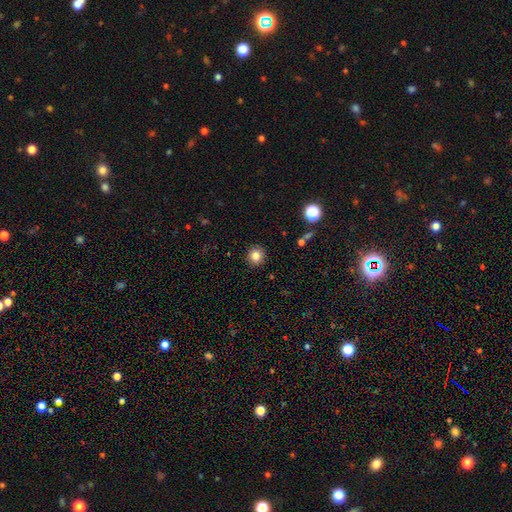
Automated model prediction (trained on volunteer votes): smooth_or_featured: smooth (p=0.82) [alt: star or artifact p=0.11]
how_rounded: round (p=0.91) [alt: in between p=0.08]
merging: none (p=0.91) [alt: minor disturbance p=0.06]